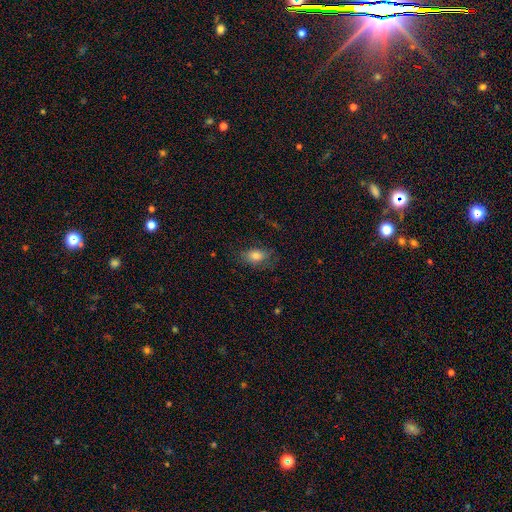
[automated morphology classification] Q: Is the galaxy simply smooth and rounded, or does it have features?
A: smooth — 78%.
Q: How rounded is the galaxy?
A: in between — 86%.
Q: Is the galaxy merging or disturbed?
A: none — 71%.